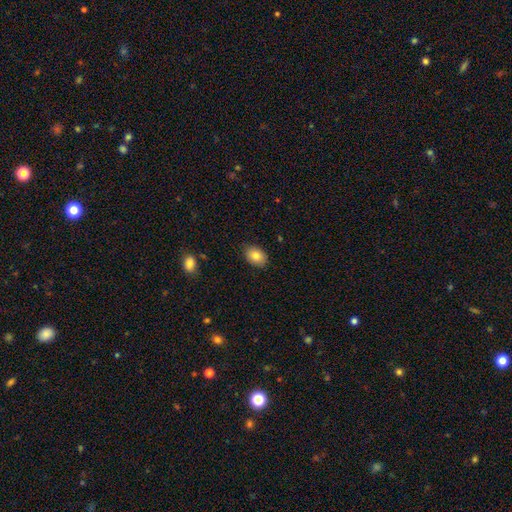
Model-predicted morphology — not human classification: Smooth or featured?
  - smooth: 84% *
  - featured or disk: 9%
  - star or artifact: 8%
How rounded?
  - in between: 80% *
  - round: 19%
  - cigar-shaped: 1%
Merging?
  - none: 85% *
  - minor disturbance: 12%
  - major disturbance: 2%
  - merger: 1%